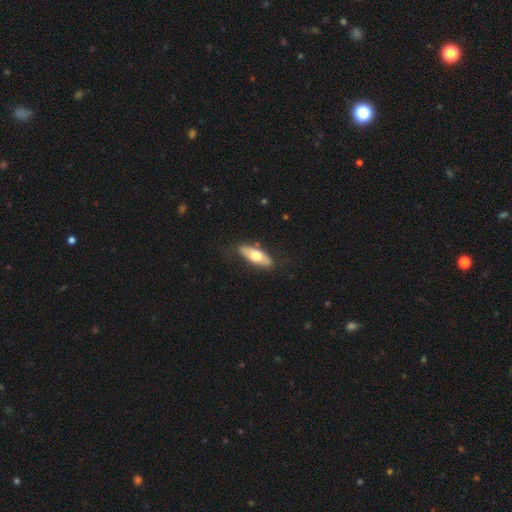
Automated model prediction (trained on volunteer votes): smooth 59%, featured or disk 36%, star or artifact 5%. Down the decision tree: how rounded — in between (69%); merging — none (81%).